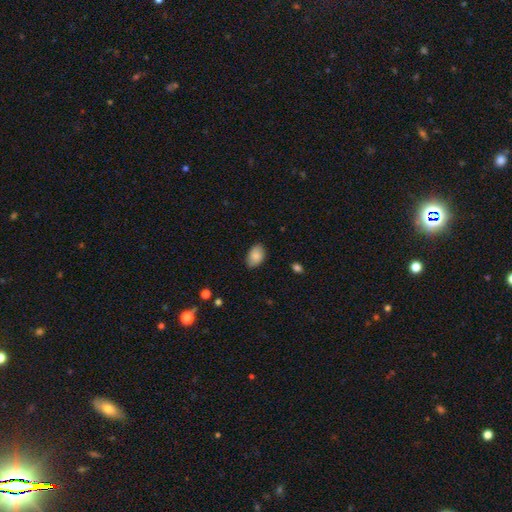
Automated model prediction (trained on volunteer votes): This appears to be a smooth galaxy with no disk features (84%) that is in between round and cigar-shaped (87%). Merging: none (81%).